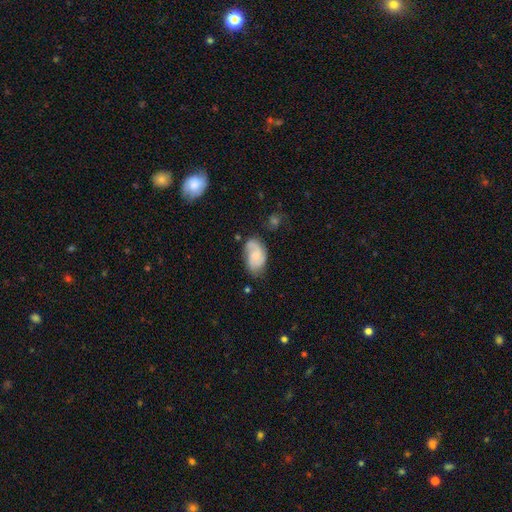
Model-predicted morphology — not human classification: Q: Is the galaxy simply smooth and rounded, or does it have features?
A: featured or disk — 62%.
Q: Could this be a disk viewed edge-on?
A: no — 97%.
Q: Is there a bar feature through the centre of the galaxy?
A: no — 65%.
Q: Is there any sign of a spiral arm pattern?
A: yes — 93%.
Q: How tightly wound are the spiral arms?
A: medium — 45%.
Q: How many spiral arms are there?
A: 2 — 55%.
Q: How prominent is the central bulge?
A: small — 48%.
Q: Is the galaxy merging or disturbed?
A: none — 62%.